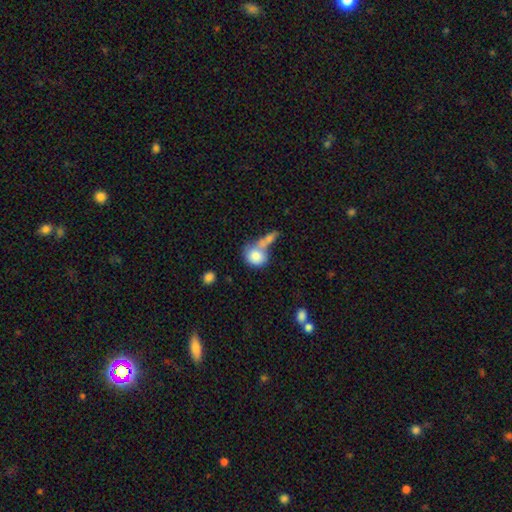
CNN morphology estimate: A smooth galaxy with no disk features (79%) that is round (64%). Merging: merger (55%).